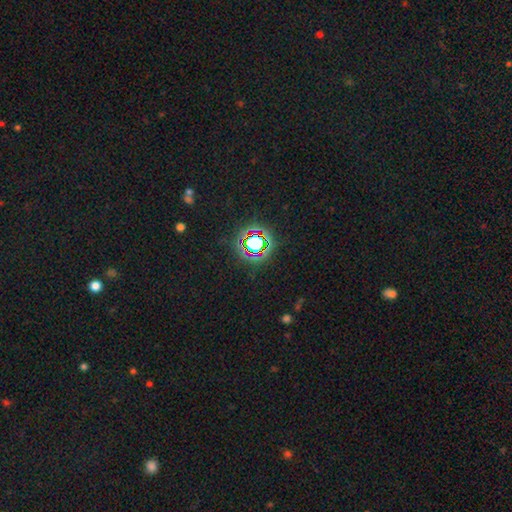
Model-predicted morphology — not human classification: Overall: star or artifact (75%).